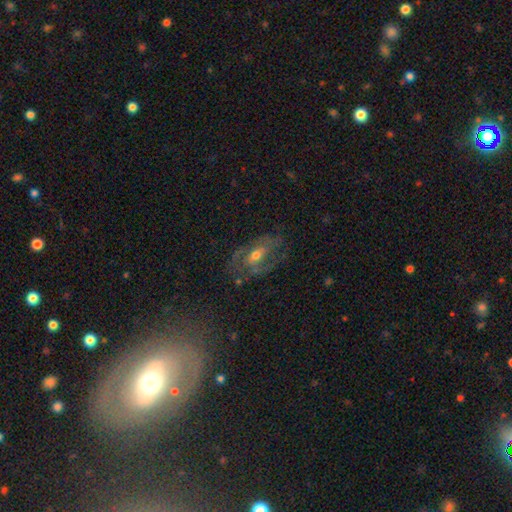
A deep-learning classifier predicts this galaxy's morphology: This is likely a featured or disk galaxy (72%). It is clearly not viewed edge-on (93%). Bar: possibly no (51%). Spiral arm pattern: likely yes (74%). Central bulge: likely moderate (62%). Merging: likely none (63%).